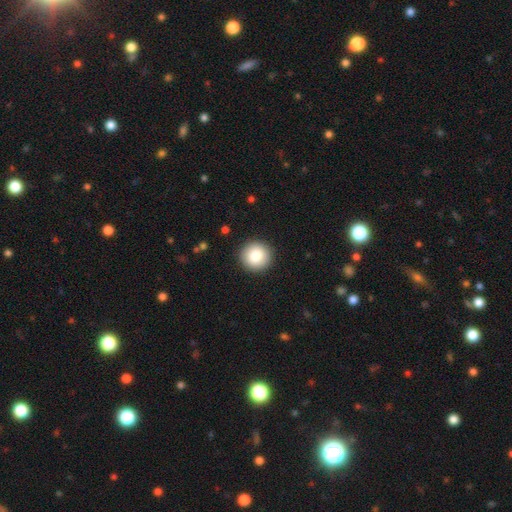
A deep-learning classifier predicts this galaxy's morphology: Q: Smooth or featured?
A: smooth (85%); runner-up: star or artifact (8%)
Q: How rounded?
A: round (95%); runner-up: in between (4%)
Q: Merging?
A: none (92%); runner-up: minor disturbance (5%)